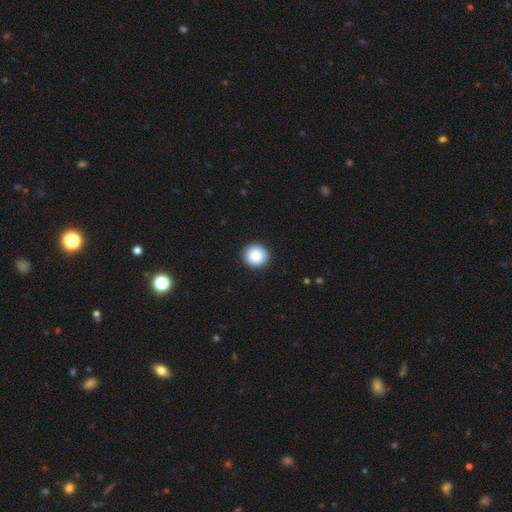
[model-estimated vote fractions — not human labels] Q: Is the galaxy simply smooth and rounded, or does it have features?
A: smooth — 85%.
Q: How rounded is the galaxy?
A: round — 92%.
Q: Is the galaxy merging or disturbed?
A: none — 92%.